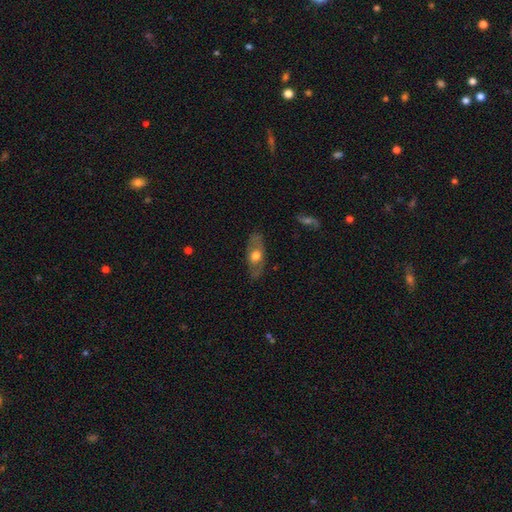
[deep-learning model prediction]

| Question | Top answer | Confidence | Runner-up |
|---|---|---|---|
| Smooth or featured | smooth | 48% | featured or disk (46%) |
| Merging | none | 80% | minor disturbance (15%) |